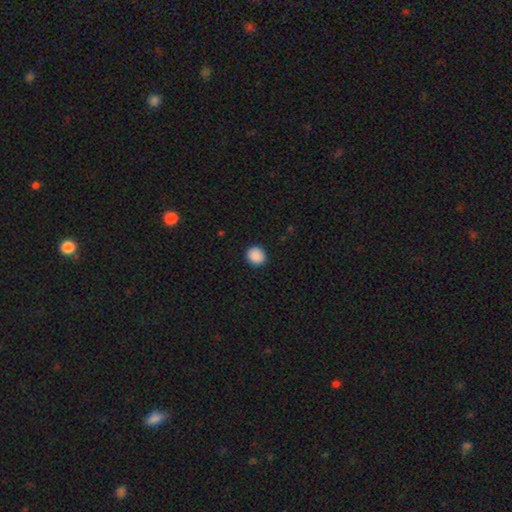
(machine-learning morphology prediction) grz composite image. It shows a smooth galaxy with no disk features (90%) that is round (86%). Merging: none (92%).